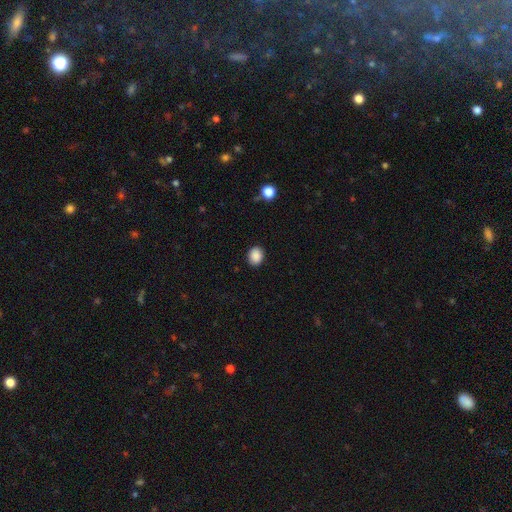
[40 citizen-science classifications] smooth-or-featured: smooth: 85% | featured or disk: 8% | star or artifact: 8%
  how-rounded: round: 50% (tied) | in between: 50% (tied) | cigar-shaped: 0%
  merging: none: 86% | minor disturbance: 11% | merger: 3% | major disturbance: 0%